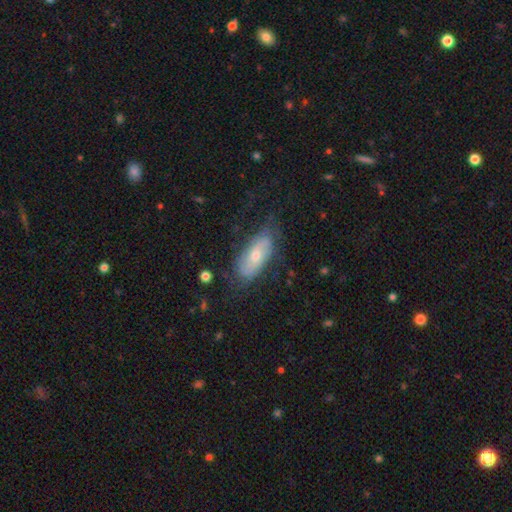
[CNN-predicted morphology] A featured or disk galaxy (54%). Merging: none (67%).